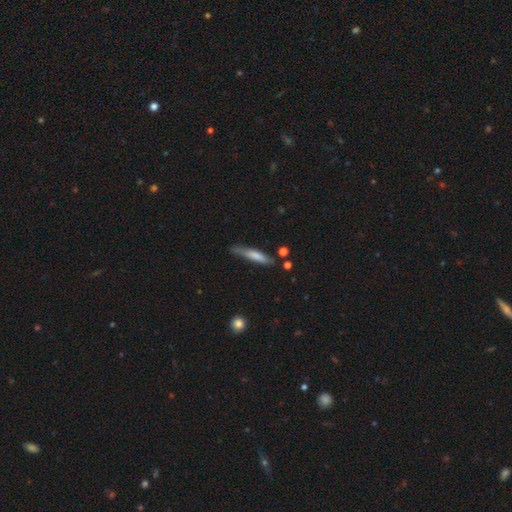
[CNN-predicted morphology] smooth-or-featured: smooth: 68% | featured or disk: 26% | star or artifact: 6%
  how-rounded: cigar-shaped: 86% | in between: 12% | round: 1%
  merging: none: 62% | minor disturbance: 27% | major disturbance: 6% | merger: 4%